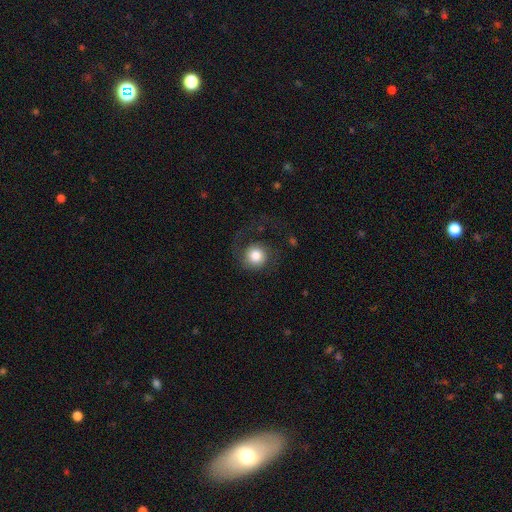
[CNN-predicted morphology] Smooth or featured? Predicted: smooth (p=0.68). How rounded? Predicted: round (p=0.91). Merging? Predicted: none (p=0.60).